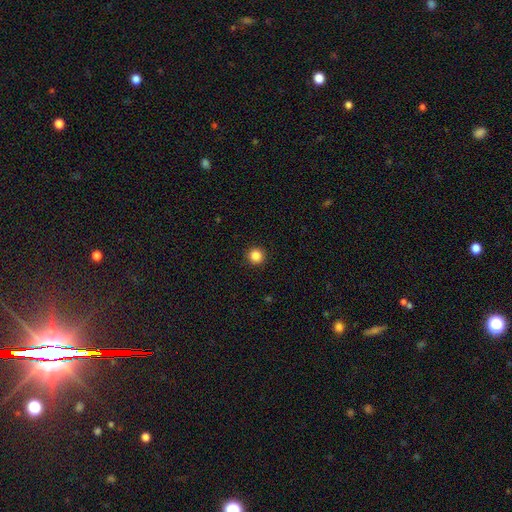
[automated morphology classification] smooth 85%, star or artifact 11%, featured or disk 3%. Down the decision tree: how rounded — round (96%); merging — none (93%).